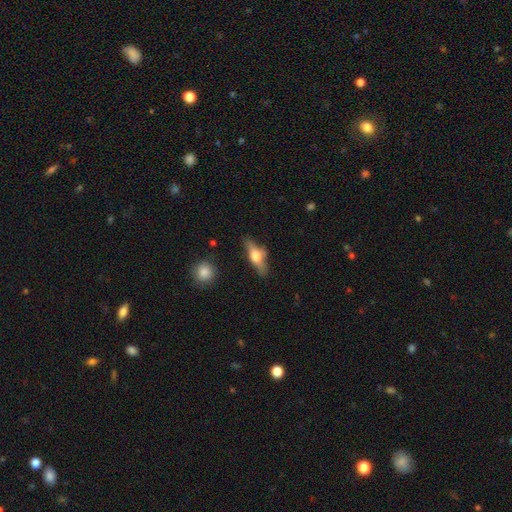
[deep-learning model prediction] Morphology: type=featured or disk (53%); edge-on=yes (88%); merging=none (73%).